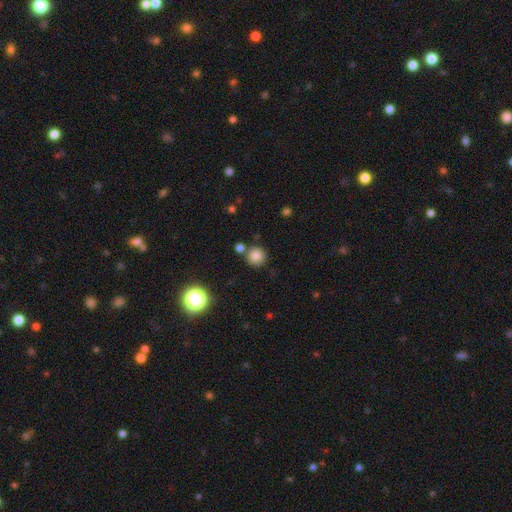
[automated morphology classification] Smooth or featured? smooth (83%)
How rounded? round (92%)
Merging? none (76%)